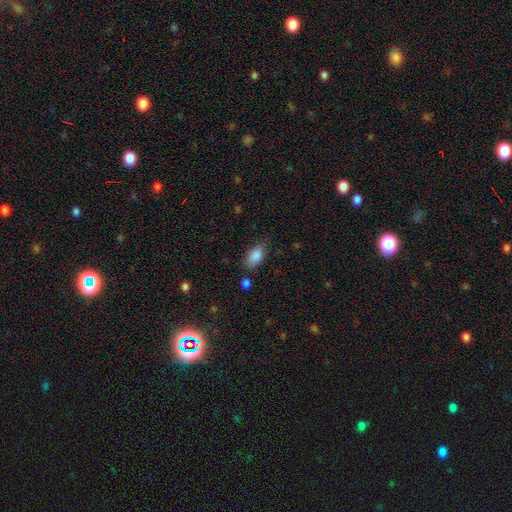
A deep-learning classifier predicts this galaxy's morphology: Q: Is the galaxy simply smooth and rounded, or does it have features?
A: smooth — 87%.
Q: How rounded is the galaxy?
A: in between — 91%.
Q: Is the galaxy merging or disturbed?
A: none — 69%.